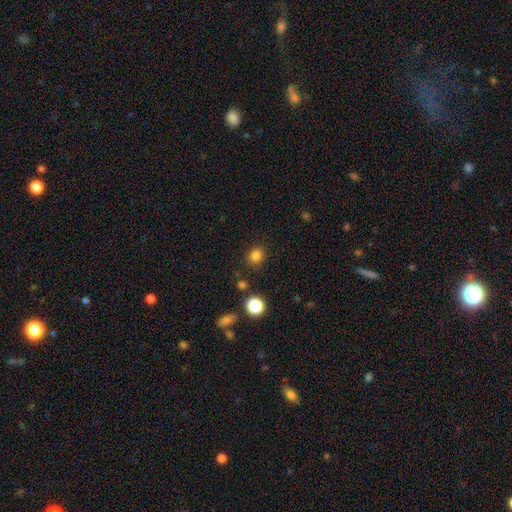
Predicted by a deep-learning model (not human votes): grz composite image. It shows a smooth galaxy with no disk features (82%) that is round (83%). Merging: none (86%).